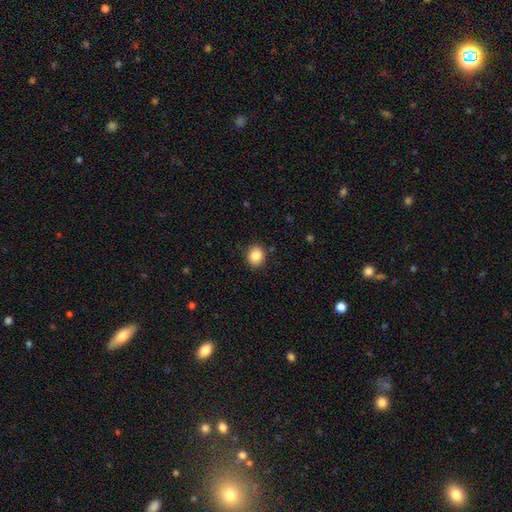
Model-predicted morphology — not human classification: type=smooth (86%); roundness=round (76%); merging=none (88%).